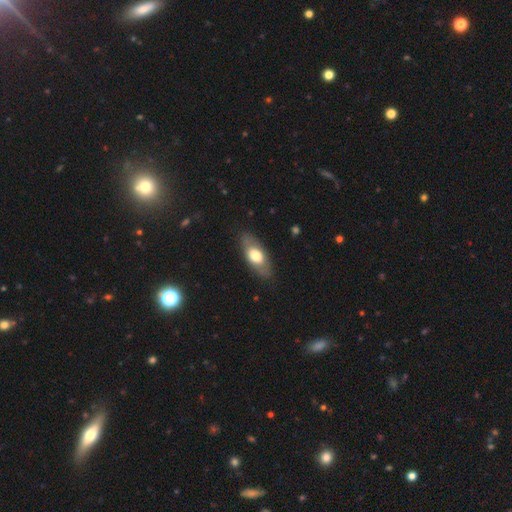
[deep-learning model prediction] Smooth or featured?
  - smooth: 60% *
  - featured or disk: 35%
  - star or artifact: 6%
How rounded?
  - in between: 84% *
  - cigar-shaped: 12%
  - round: 4%
Merging?
  - none: 82% *
  - minor disturbance: 13%
  - major disturbance: 4%
  - merger: 1%